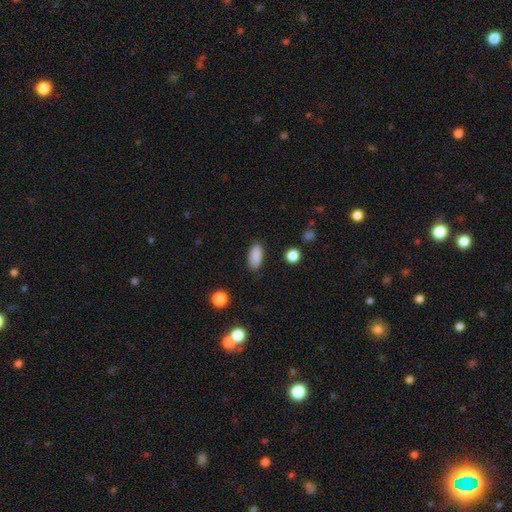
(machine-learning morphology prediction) Q: Smooth or featured?
A: smooth (89%); runner-up: star or artifact (8%)
Q: How rounded?
A: in between (87%); runner-up: cigar-shaped (10%)
Q: Merging?
A: none (88%); runner-up: minor disturbance (9%)